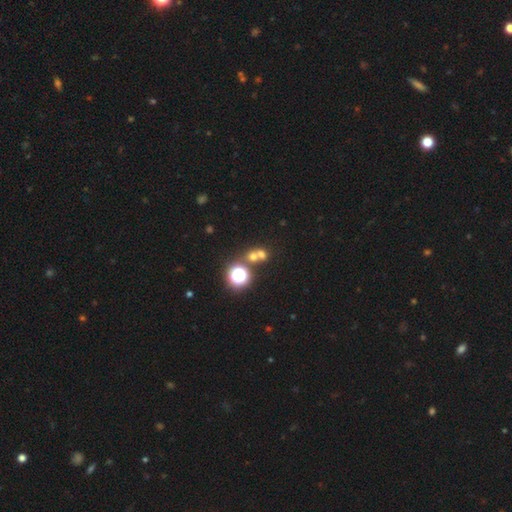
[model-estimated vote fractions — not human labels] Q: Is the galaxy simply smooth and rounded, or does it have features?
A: smooth — 55%.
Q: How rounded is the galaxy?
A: round — 76%.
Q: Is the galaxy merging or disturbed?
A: merger — 50%.